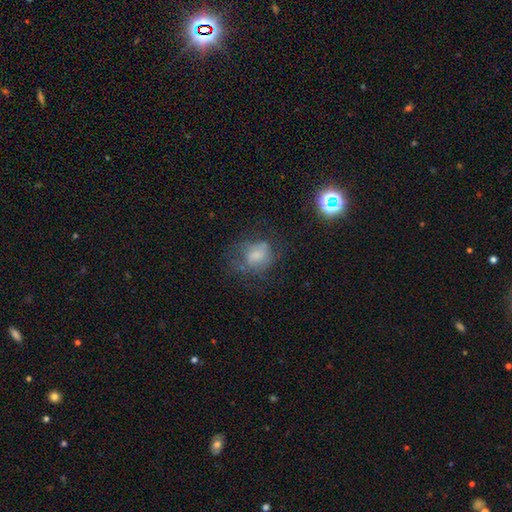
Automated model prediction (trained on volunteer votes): Smooth or featured?
  - smooth: 50% *
  - featured or disk: 30%
  - star or artifact: 21%
Merging?
  - none: 50% *
  - minor disturbance: 24%
  - major disturbance: 23%
  - merger: 3%